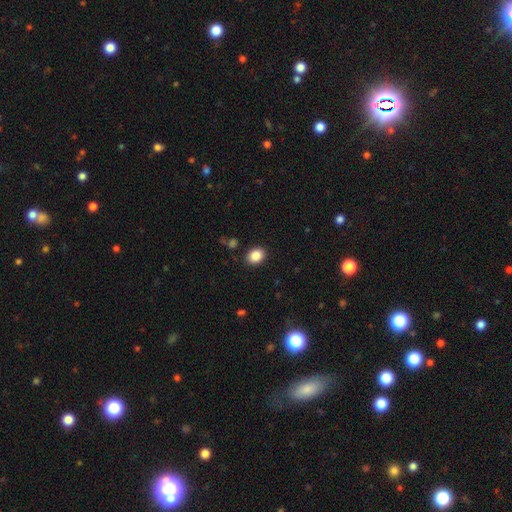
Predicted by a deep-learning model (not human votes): Smooth or featured: smooth — 87% (star or artifact — 9%)
How rounded: in between — 60% (round — 39%)
Merging: none — 89% (minor disturbance — 7%)